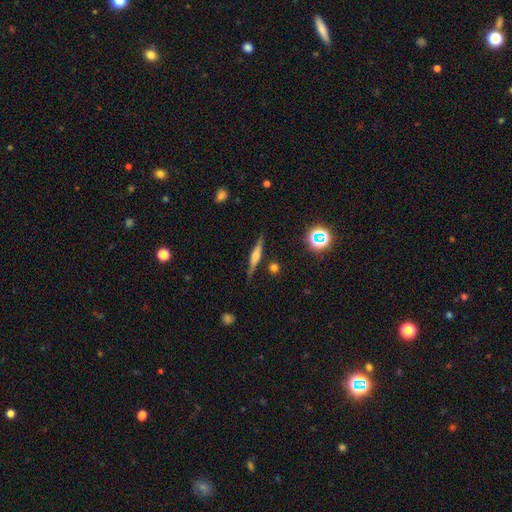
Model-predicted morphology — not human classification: A featured or disk galaxy (60%) viewed edge-on (96%) with a rounded central bulge (65%). Merging: none (84%).